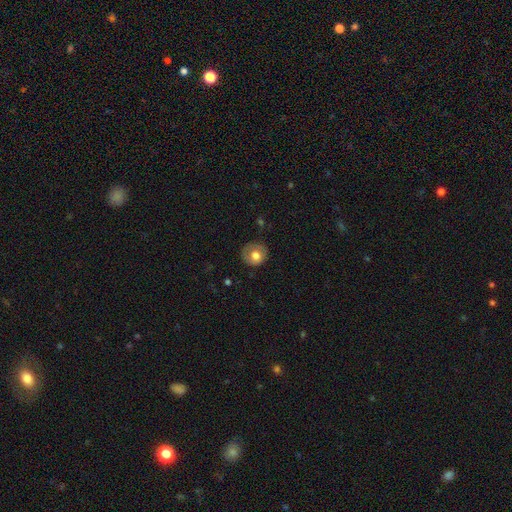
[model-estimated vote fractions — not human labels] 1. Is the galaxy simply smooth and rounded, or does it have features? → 68% smooth, 24% featured or disk, 8% star or artifact.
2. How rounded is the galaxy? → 86% round, 13% in between, 1% cigar-shaped.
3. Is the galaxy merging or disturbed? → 75% none, 18% minor disturbance, 6% major disturbance, 1% merger.